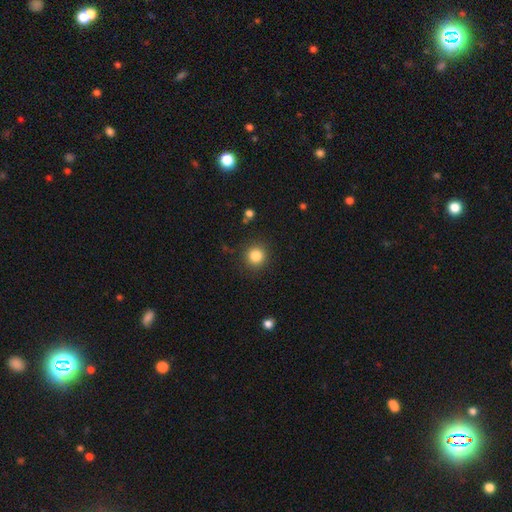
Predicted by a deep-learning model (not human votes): The model was most divided on "smooth or featured": smooth: 84%, star or artifact: 11%, featured or disk: 5%. More confident: how rounded — round (93%); merging — none (89%).